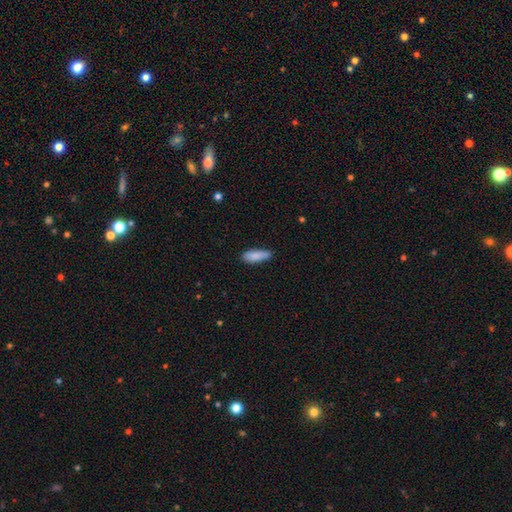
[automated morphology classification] smooth_or_featured: smooth (p=0.87) [alt: featured or disk p=0.06]
how_rounded: in between (p=0.58) [alt: cigar-shaped p=0.41]
merging: none (p=0.74) [alt: minor disturbance p=0.21]